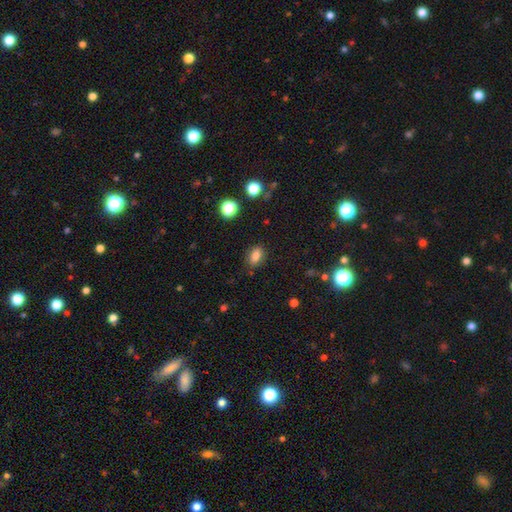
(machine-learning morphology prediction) Overall: smooth (82%). How rounded: in between (81%). Merging: none (83%).